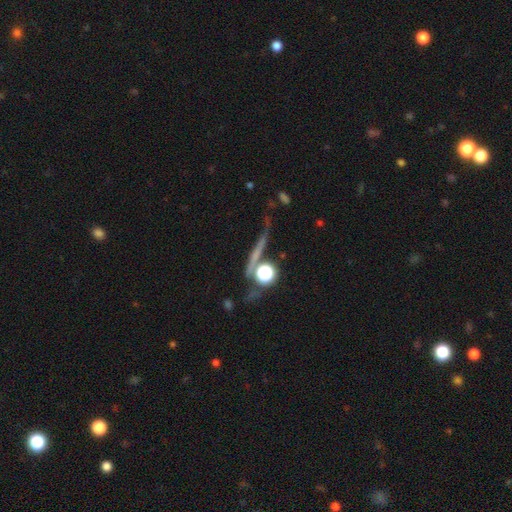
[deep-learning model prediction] Smooth or featured: star or artifact — 38% (featured or disk — 32%)